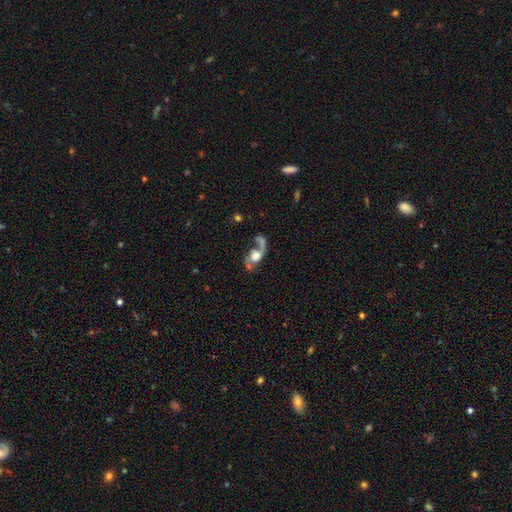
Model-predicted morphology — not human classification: smooth_or_featured: featured or disk (p=0.68) [alt: smooth p=0.22]
disk_edge_on: no (p=0.94) [alt: yes p=0.06]
bar: no (p=0.70) [alt: weak p=0.23]
has_spiral_arms: yes (p=0.83) [alt: no p=0.17]
spiral_winding: loose (p=0.76) [alt: medium p=0.19]
spiral_arm_count: 2 (p=0.65) [alt: 1 p=0.29]
bulge_size: large (p=0.50) [alt: moderate p=0.21]
merging: none (p=0.35) [alt: major disturbance p=0.30]